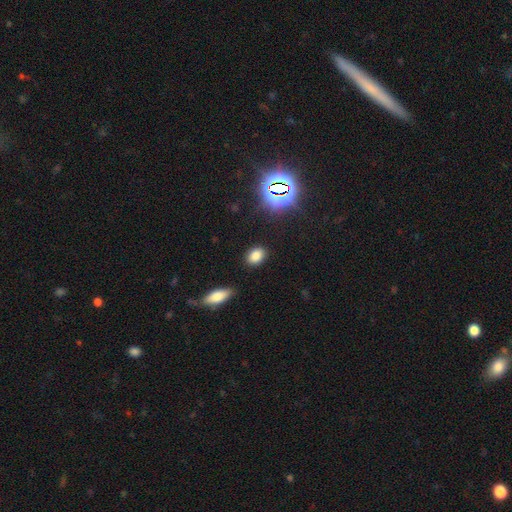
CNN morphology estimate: type=smooth (79%); roundness=in between (69%); merging=none (87%).